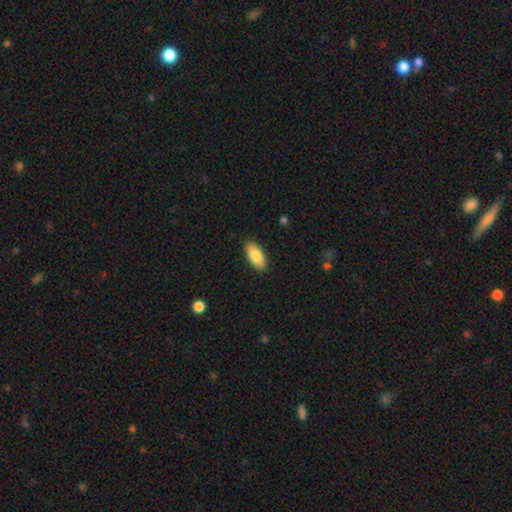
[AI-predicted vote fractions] A smooth galaxy with no disk features (84%) that is in between round and cigar-shaped (88%). Merging: none (89%).